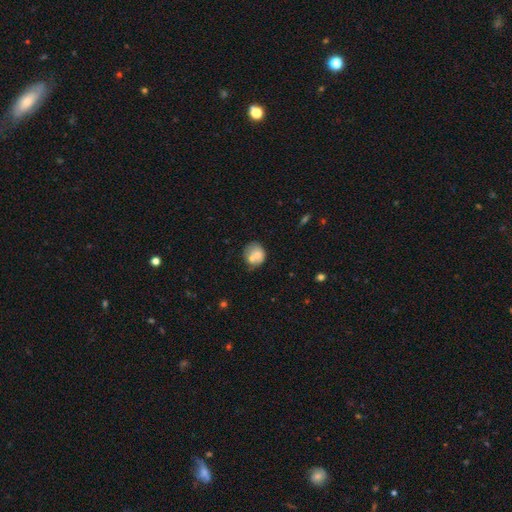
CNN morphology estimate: Smooth or featured? smooth (66%)
How rounded? round (67%)
Merging? merger (38%, tied with none)